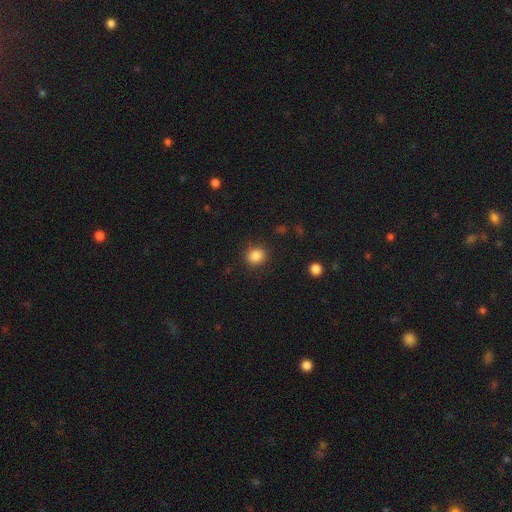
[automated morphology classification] smooth_or_featured: smooth (p=0.85) [alt: star or artifact p=0.10]
how_rounded: round (p=0.75) [alt: in between p=0.24]
merging: none (p=0.87) [alt: minor disturbance p=0.09]